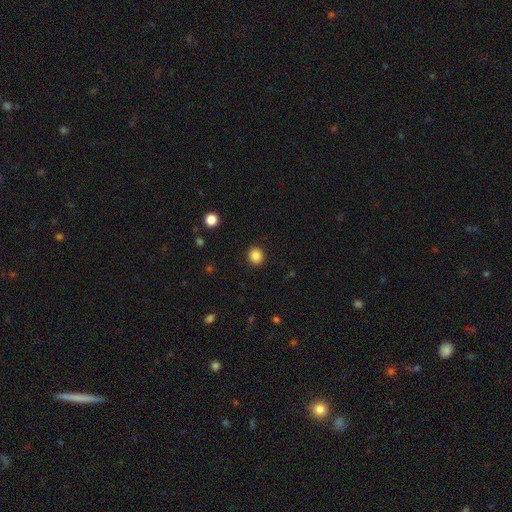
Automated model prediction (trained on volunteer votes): smooth 87%, star or artifact 10%, featured or disk 3%. Down the decision tree: how rounded — round (89%); merging — none (92%).